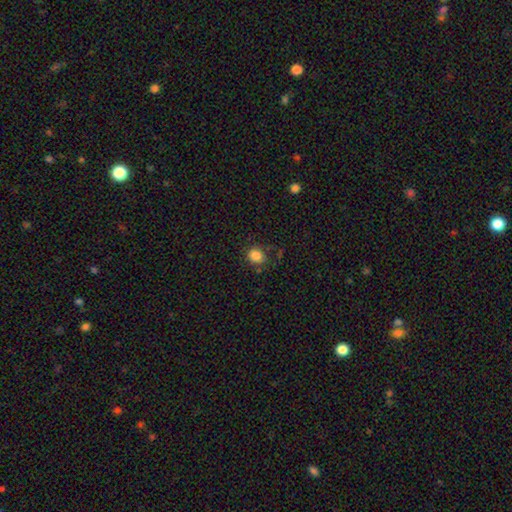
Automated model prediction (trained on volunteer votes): smooth-or-featured: smooth: 84% | star or artifact: 11% | featured or disk: 5%
  how-rounded: round: 59% | in between: 40% | cigar-shaped: 1%
  merging: none: 76% | minor disturbance: 16% | major disturbance: 5% | merger: 4%